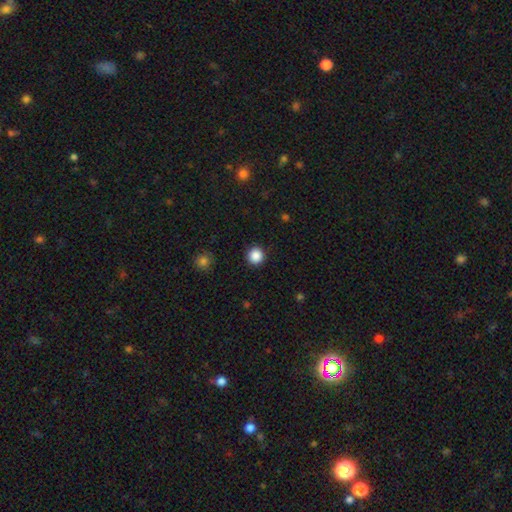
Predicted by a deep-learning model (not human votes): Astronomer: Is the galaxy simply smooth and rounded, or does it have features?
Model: smooth — 87%.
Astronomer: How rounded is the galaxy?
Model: round — 96%.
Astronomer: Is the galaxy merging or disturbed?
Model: none — 92%.